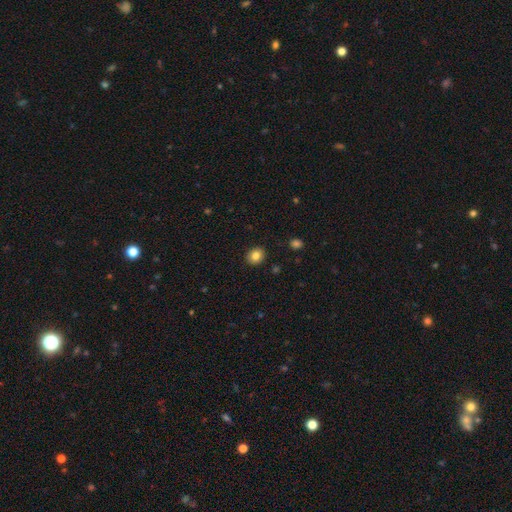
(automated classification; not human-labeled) Smooth or featured?
  - smooth: 83% *
  - star or artifact: 10%
  - featured or disk: 7%
How rounded?
  - round: 68% *
  - in between: 31%
  - cigar-shaped: 1%
Merging?
  - none: 90% *
  - minor disturbance: 7%
  - major disturbance: 2%
  - merger: 1%